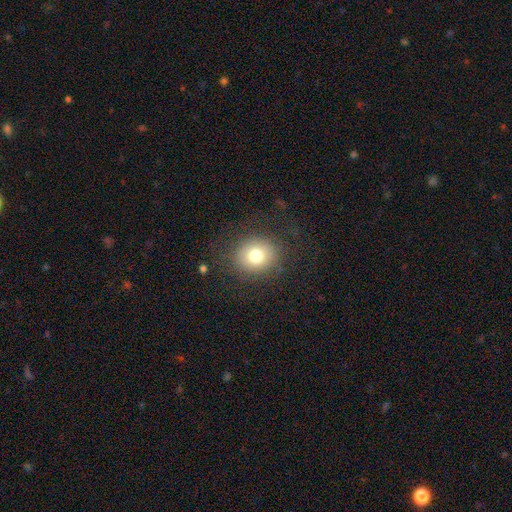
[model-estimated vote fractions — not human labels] Smooth or featured: smooth — 76% (star or artifact — 12%)
How rounded: round — 78% (in between — 21%)
Merging: none — 83% (minor disturbance — 10%)